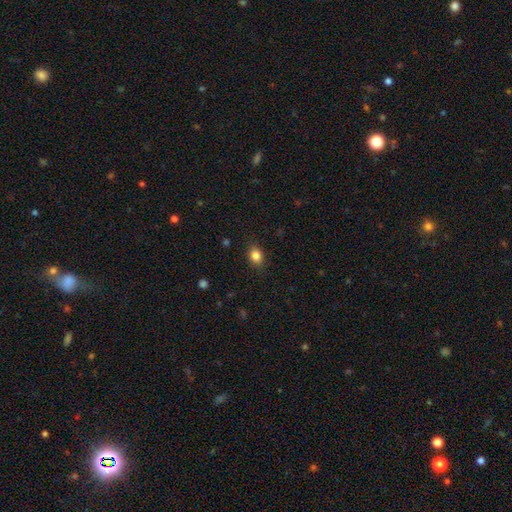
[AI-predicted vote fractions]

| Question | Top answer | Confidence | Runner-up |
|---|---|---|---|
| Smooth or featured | smooth | 84% | star or artifact (10%) |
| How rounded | in between | 54% | round (45%) |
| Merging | none | 86% | minor disturbance (11%) |